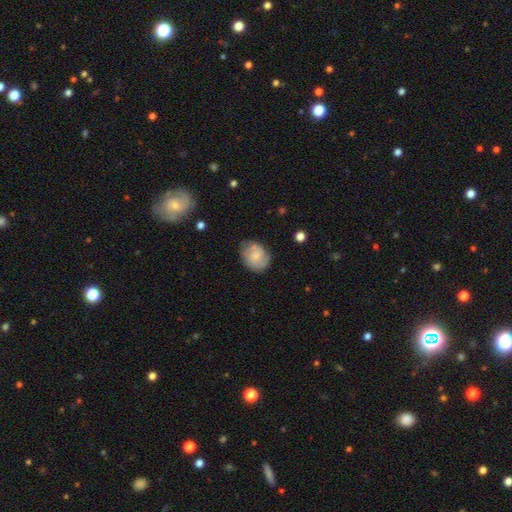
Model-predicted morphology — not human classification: A smooth galaxy with no disk features (68%) that is in between round and cigar-shaped (52%).

Vote fractions:
- Smooth or featured? smooth: 68% / featured or disk: 25% / star or artifact: 7%
- How rounded? in between: 52% / round: 47% / cigar-shaped: 1%
- Merging? none: 64% / minor disturbance: 27% / major disturbance: 7% / merger: 3%